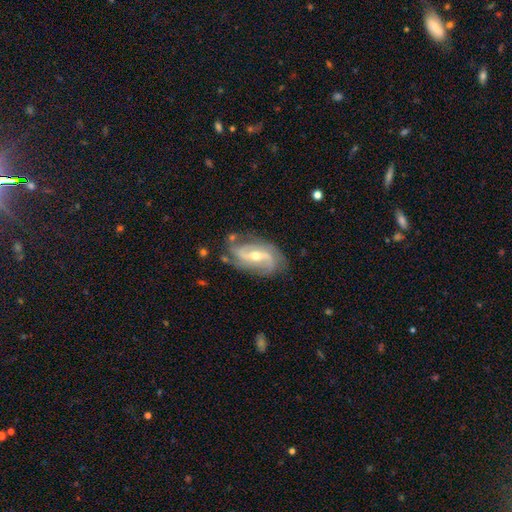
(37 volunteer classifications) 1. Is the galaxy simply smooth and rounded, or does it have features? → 89% featured or disk, 8% smooth, 3% star or artifact.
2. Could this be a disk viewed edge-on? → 94% no, 6% yes.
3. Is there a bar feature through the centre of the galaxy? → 45% weak, 35% strong, 19% no.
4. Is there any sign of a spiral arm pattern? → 97% yes, 3% no.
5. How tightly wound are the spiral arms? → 37% tight (tied), 37% medium (tied), 27% loose.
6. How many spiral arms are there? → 63% 2, 13% 3, 13% 4, 7% can't tell, 3% more than 4, 0% 1.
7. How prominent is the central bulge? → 61% moderate, 32% small, 3% dominant, 3% large, 0% none.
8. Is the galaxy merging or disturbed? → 61% none, 28% minor disturbance, 6% major disturbance, 6% merger.